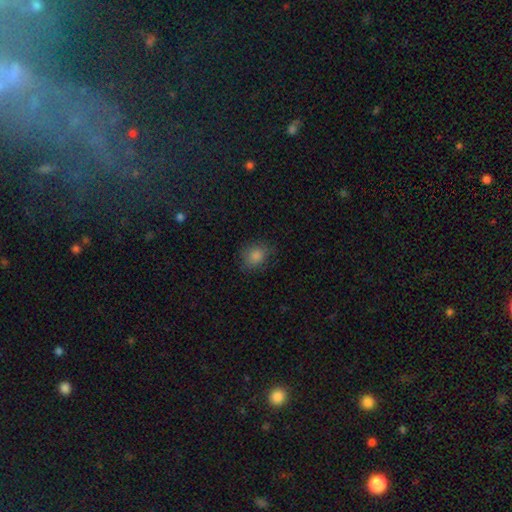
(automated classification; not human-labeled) Morphology: type=smooth (82%); roundness=round (62%); merging=none (79%).